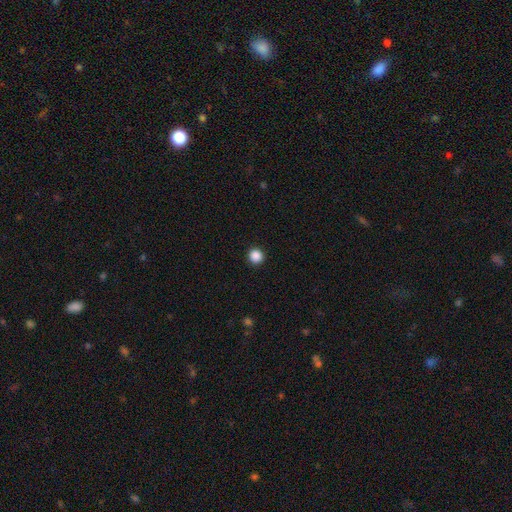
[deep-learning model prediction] smooth-or-featured: smooth: 87% | star or artifact: 10% | featured or disk: 2%
  how-rounded: round: 95% | in between: 4% | cigar-shaped: 1%
  merging: none: 93% | minor disturbance: 4% | major disturbance: 2% | merger: 1%